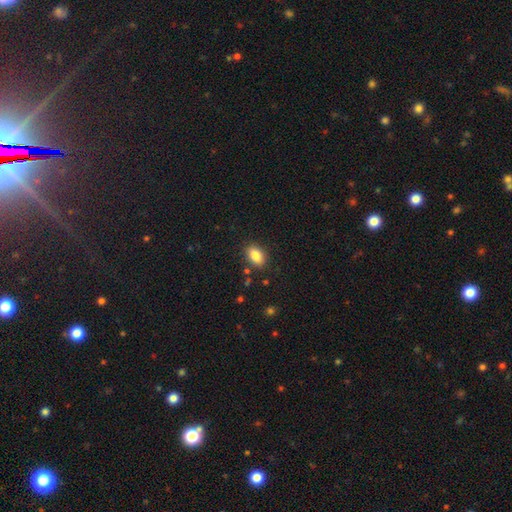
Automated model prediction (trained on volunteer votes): Smooth or featured?
  - smooth: 85% *
  - star or artifact: 8%
  - featured or disk: 6%
How rounded?
  - in between: 88% *
  - round: 10%
  - cigar-shaped: 2%
Merging?
  - none: 86% *
  - minor disturbance: 9%
  - major disturbance: 2%
  - merger: 2%